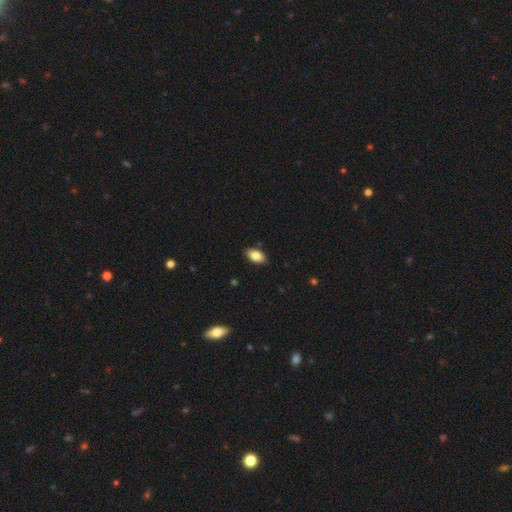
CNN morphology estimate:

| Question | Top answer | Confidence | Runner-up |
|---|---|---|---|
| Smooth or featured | smooth | 83% | featured or disk (9%) |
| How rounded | in between | 92% | round (5%) |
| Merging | none | 87% | minor disturbance (10%) |